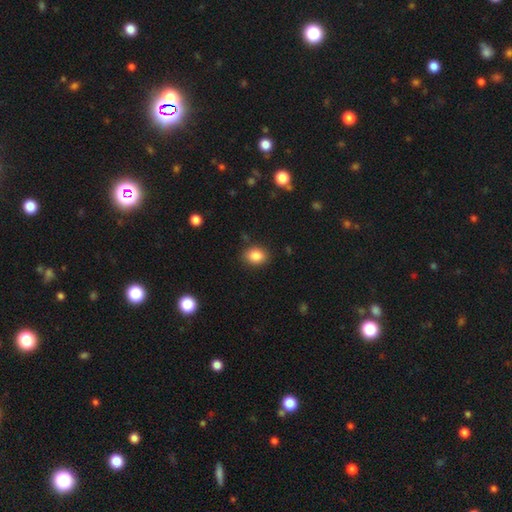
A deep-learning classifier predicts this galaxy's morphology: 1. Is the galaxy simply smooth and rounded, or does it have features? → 85% smooth, 9% star or artifact, 6% featured or disk.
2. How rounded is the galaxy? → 62% in between, 37% round, 1% cigar-shaped.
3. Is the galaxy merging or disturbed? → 85% none, 10% minor disturbance, 3% major disturbance, 2% merger.